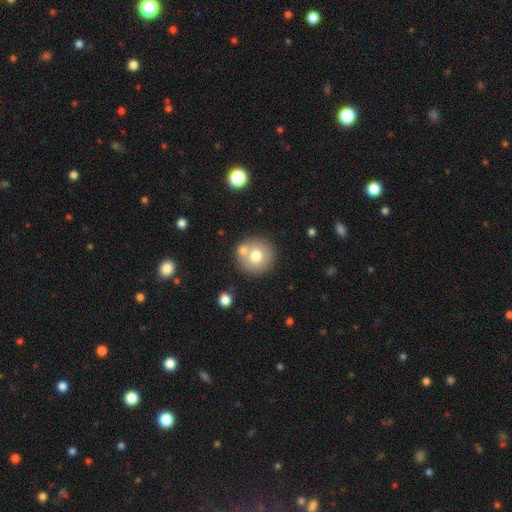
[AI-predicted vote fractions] Overall: smooth (71%). How rounded: round (93%). Merging: none (69%).